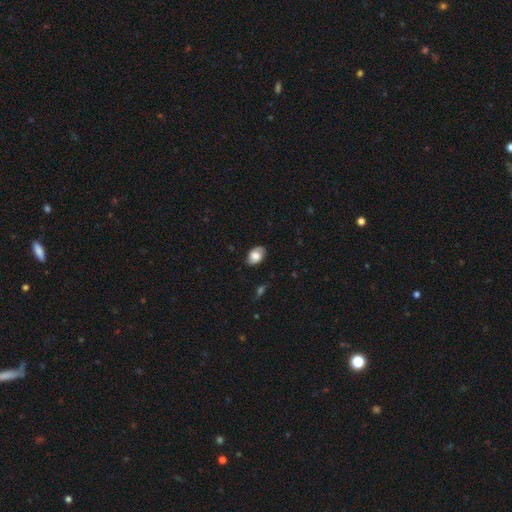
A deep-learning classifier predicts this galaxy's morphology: This appears to be a smooth galaxy with no disk features (72%) that is in between round and cigar-shaped (85%). Merging: none (79%).